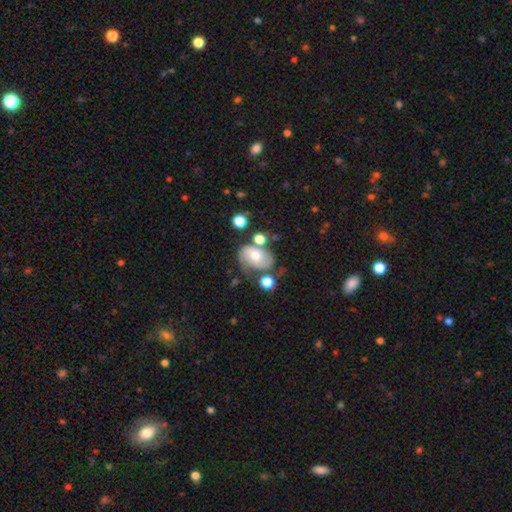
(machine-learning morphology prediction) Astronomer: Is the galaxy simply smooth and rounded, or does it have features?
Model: featured or disk — 58%.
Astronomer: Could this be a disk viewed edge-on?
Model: no — 97%.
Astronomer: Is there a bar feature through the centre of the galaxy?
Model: no — 66%.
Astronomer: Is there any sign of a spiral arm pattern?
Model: yes — 79%.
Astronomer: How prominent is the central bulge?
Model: moderate — 68%.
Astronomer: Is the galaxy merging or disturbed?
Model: none — 48%.